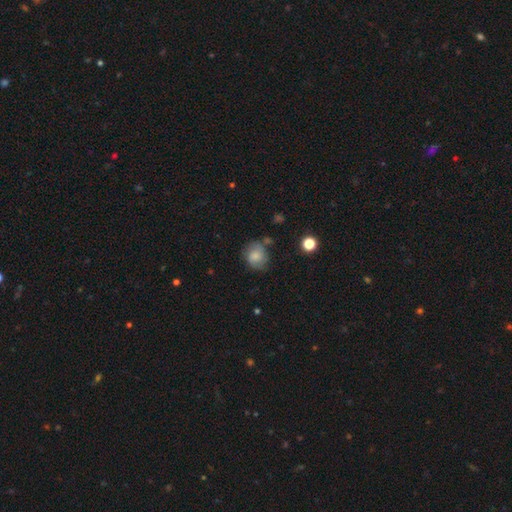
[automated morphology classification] Q: Smooth or featured?
A: smooth (71%); runner-up: featured or disk (20%)
Q: How rounded?
A: round (72%); runner-up: in between (27%)
Q: Merging?
A: none (64%); runner-up: minor disturbance (23%)